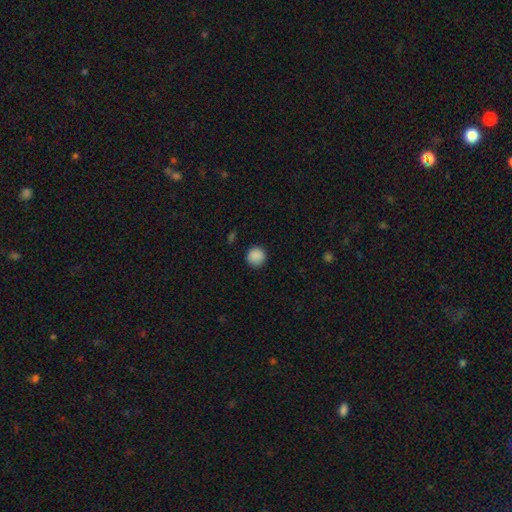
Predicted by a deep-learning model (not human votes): This appears to be a smooth galaxy with no disk features (89%) that is round (94%). Merging: none (90%).